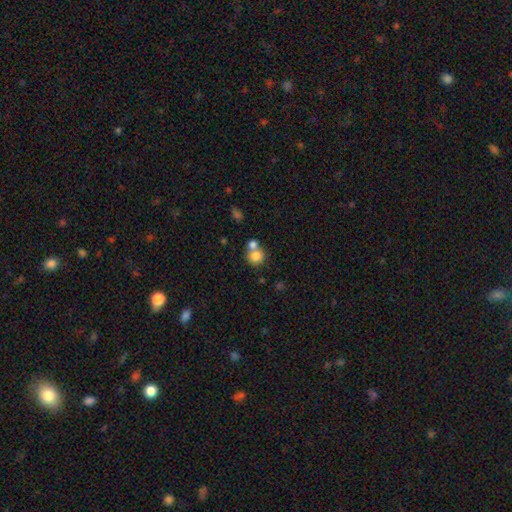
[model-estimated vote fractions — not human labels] smooth-or-featured: smooth: 80% | star or artifact: 10% | featured or disk: 10%
  how-rounded: round: 85% | in between: 14% | cigar-shaped: 1%
  merging: none: 46% | merger: 43% | minor disturbance: 7% | major disturbance: 3%